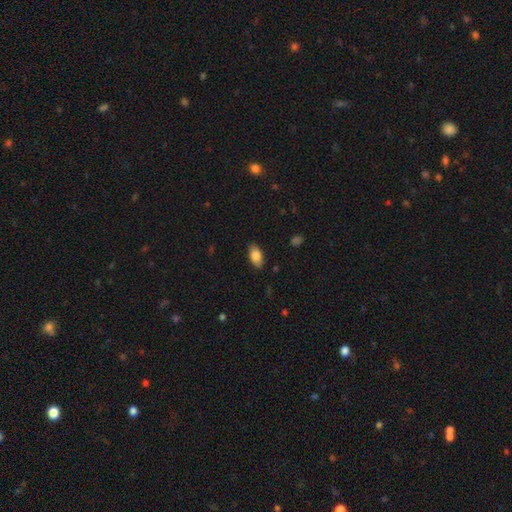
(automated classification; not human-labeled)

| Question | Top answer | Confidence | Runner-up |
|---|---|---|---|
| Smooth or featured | smooth | 84% | featured or disk (9%) |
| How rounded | in between | 93% | cigar-shaped (4%) |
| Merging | none | 87% | minor disturbance (10%) |